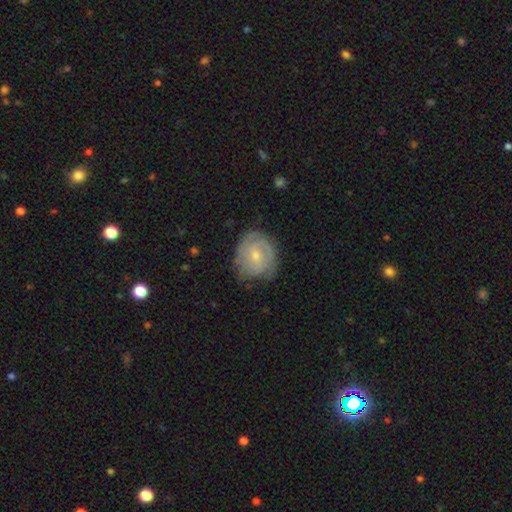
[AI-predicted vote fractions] Overall: featured or disk (67%). Edge-on disk: no (97%). Bar: no (52%; weak 42%). Spiral arms: yes (86%). Spiral arm count: can't tell (36%; 2 34%). Spiral winding: tight (61%; medium 30%). Bulge size: small (56%; moderate 40%). Merging: none (65%).